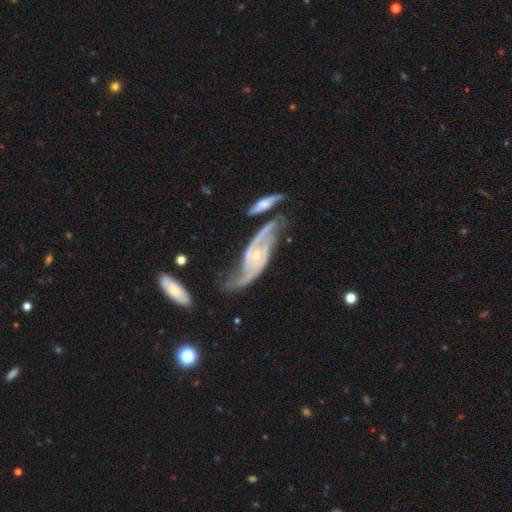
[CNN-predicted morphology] featured or disk 91%, star or artifact 5%, smooth 4%. Down the decision tree: edge-on disk — no (93%); bar — no (53%); spiral arms — yes (97%); spiral arm count — 2 (87%); spiral winding — medium (43%); bulge size — small (66%); merging — none (47%).